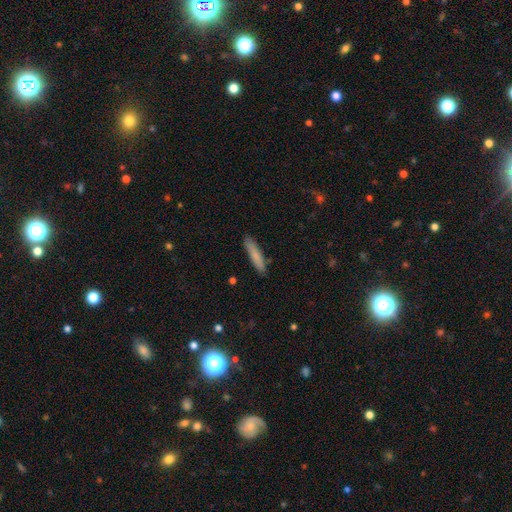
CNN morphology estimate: Smooth or featured: smooth — 82% (featured or disk — 12%)
How rounded: cigar-shaped — 88% (in between — 11%)
Merging: none — 87% (minor disturbance — 10%)